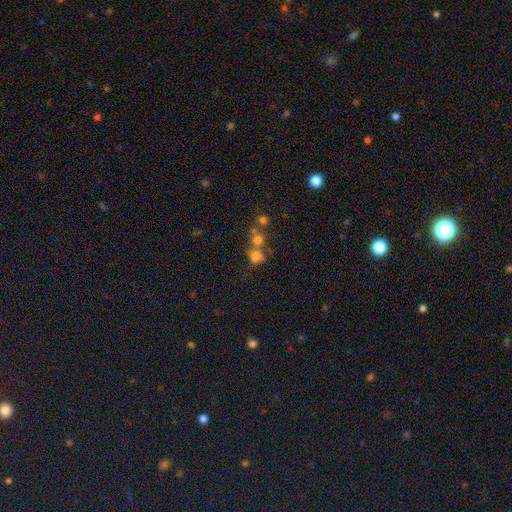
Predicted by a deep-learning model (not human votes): This appears to be a smooth galaxy with no disk features (61%) that is round (55%). Merging: merger (46%).